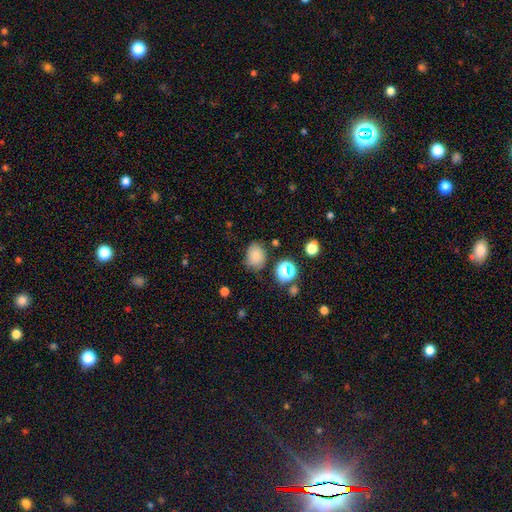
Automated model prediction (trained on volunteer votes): Morphology: type=smooth (79%); roundness=in between (53%); merging=none (73%).